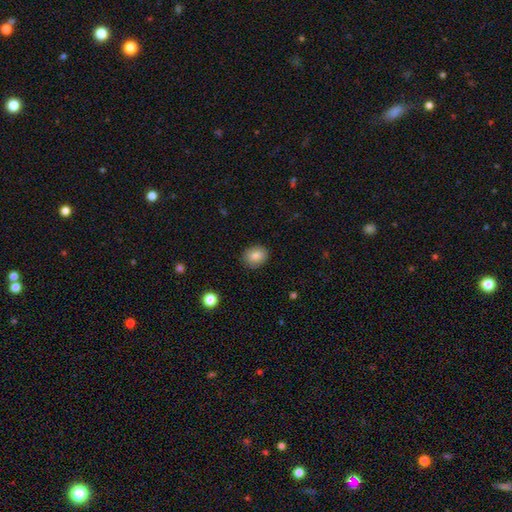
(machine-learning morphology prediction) type=smooth (84%); roundness=round (51%); merging=none (88%).